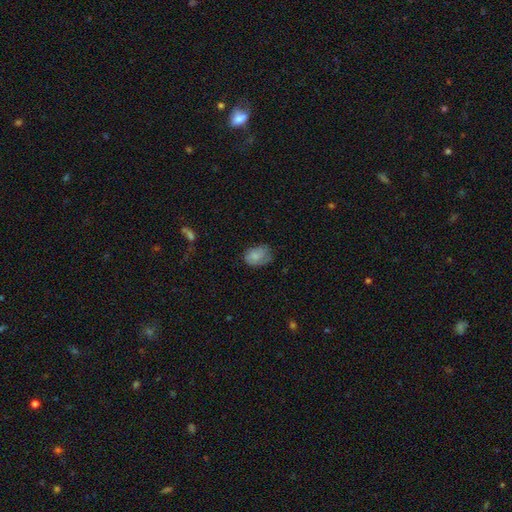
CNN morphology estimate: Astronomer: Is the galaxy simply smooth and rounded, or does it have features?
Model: smooth — 79%.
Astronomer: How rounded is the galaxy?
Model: in between — 79%.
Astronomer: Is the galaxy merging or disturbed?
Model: none — 53% (runner-up: minor disturbance, 34%).